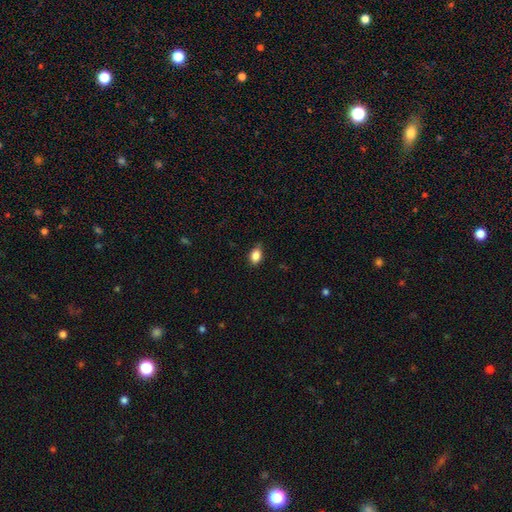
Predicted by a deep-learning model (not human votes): The model was most divided on "merging": none: 77%, minor disturbance: 19%, major disturbance: 3%, merger: 1%. More confident: smooth or featured — smooth (87%); how rounded — in between (81%).